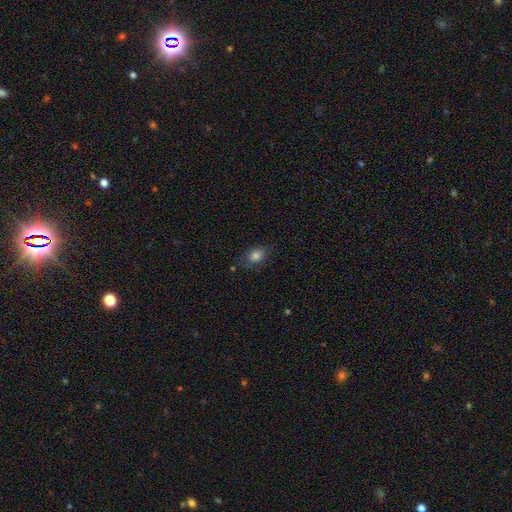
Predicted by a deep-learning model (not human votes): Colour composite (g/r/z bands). It shows a smooth galaxy with no disk features (81%) that is in between round and cigar-shaped (77%). Merging: none (72%).